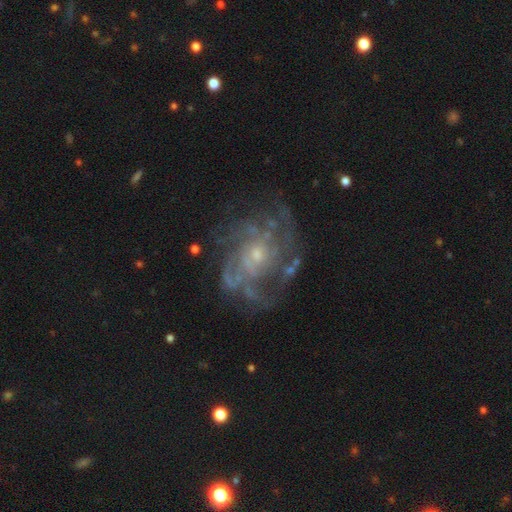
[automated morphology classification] smooth-or-featured: featured or disk: 85% | star or artifact: 8% | smooth: 7%
  disk-edge-on: no: 98% | yes: 2%
    bar: no: 75% | weak: 22% | strong: 4%
    has-spiral-arms: yes: 89% | no: 11%
      spiral-winding: tight: 49% | medium: 37% | loose: 13%
      spiral-arm-count: can't tell: 36% | 3: 18% | 4: 16% | 2: 14% | more than 4: 10% | 1: 6%
    bulge-size: small: 61% | moderate: 33% | none: 4% | large: 2% | dominant: 1%
  merging: none: 65% | minor disturbance: 18% | major disturbance: 15% | merger: 2%